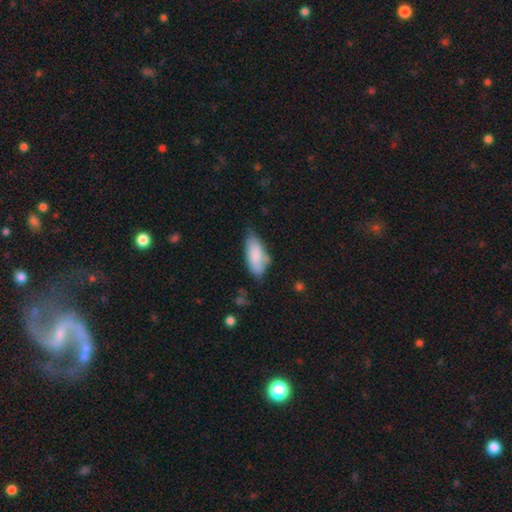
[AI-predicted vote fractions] smooth-or-featured: smooth: 82% | featured or disk: 11% | star or artifact: 6%
  how-rounded: in between: 84% | cigar-shaped: 14% | round: 2%
  merging: none: 56% | minor disturbance: 30% | major disturbance: 7% | merger: 6%